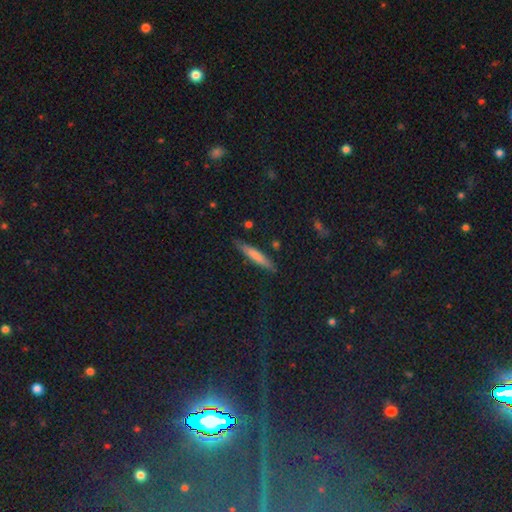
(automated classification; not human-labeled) A smooth galaxy with no disk features (69%) that is cigar-shaped (92%). Merging: none (84%).